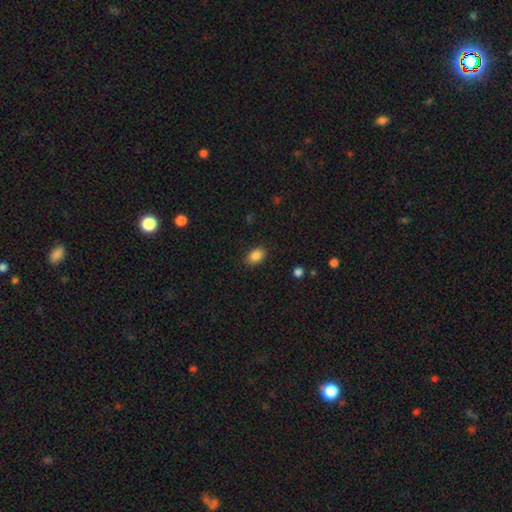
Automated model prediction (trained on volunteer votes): This is clearly a smooth galaxy (87%). How rounded: clearly in between (83%). Merging: clearly none (87%).